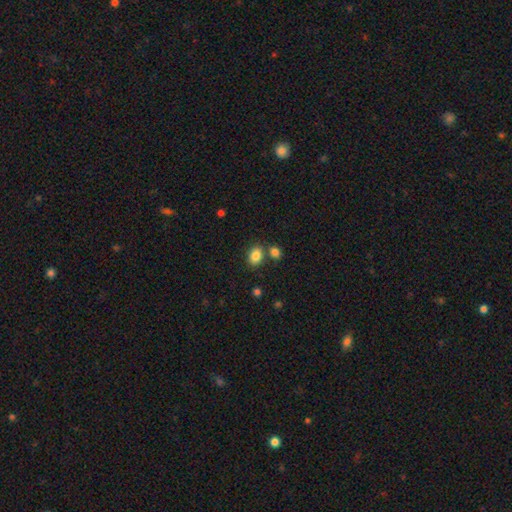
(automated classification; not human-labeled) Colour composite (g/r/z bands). It shows a smooth galaxy with no disk features (85%) that is in between round and cigar-shaped (68%). Merging: none (66%).